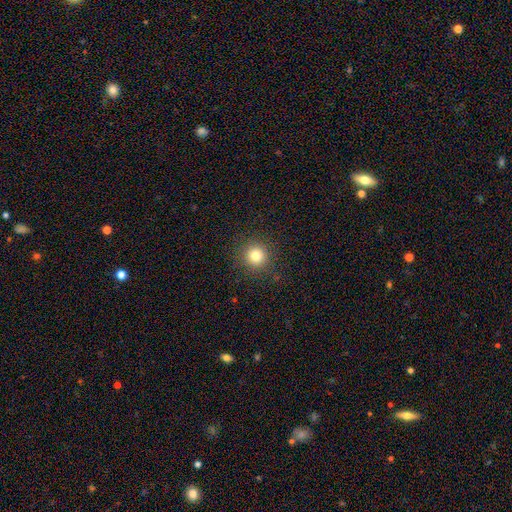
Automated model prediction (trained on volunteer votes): smooth-or-featured: smooth: 80% | star or artifact: 13% | featured or disk: 7%
  how-rounded: round: 95% | in between: 4% | cigar-shaped: 1%
  merging: none: 91% | minor disturbance: 6% | major disturbance: 2% | merger: 1%